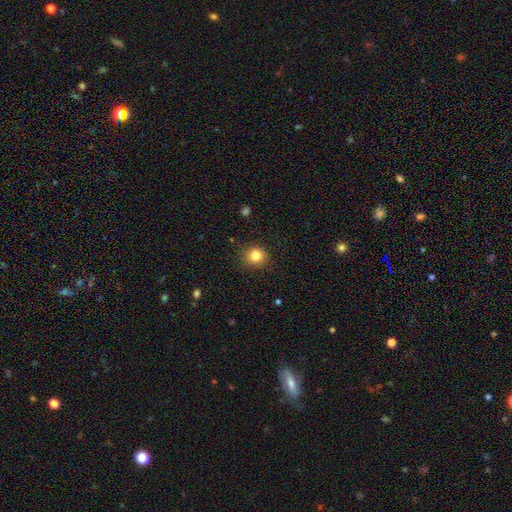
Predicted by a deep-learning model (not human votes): Morphology: type=smooth (83%); roundness=round (85%); merging=none (88%).